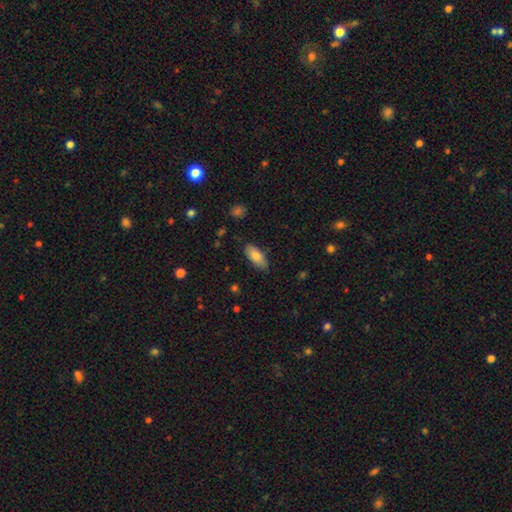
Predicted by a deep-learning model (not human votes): smooth 81%, featured or disk 12%, star or artifact 7%. Down the decision tree: how rounded — in between (86%); merging — none (84%).